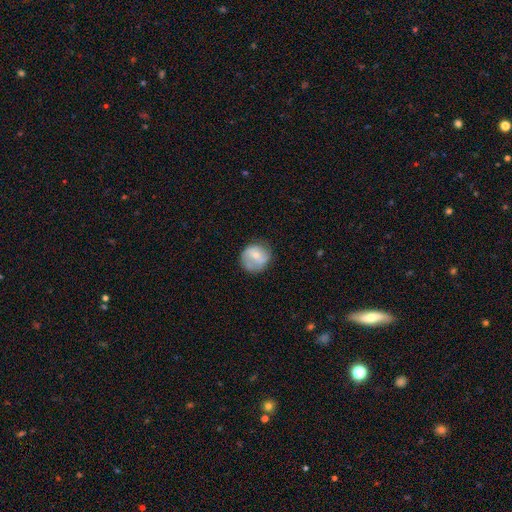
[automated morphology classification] smooth 51%, featured or disk 41%, star or artifact 7%. Down the decision tree: how rounded — round (82%); merging — none (62%).